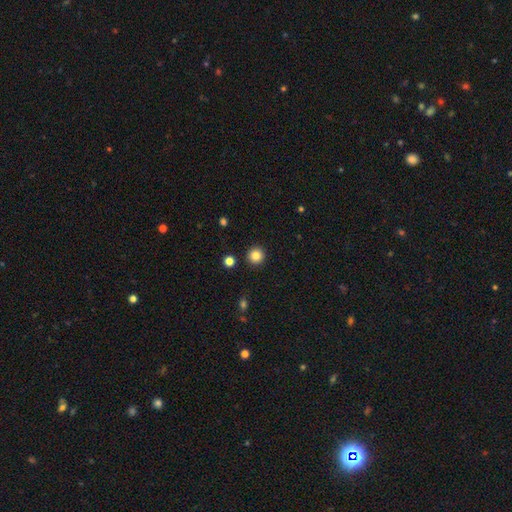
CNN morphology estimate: A smooth galaxy with no disk features (83%) that is round (95%). Merging: none (92%).